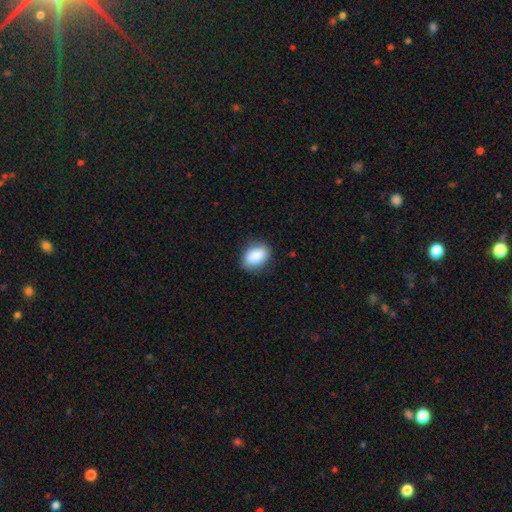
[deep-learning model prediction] Smooth or featured? Predicted: smooth (p=0.88). How rounded? Predicted: in between (p=0.81). Merging? Predicted: none (p=0.83).